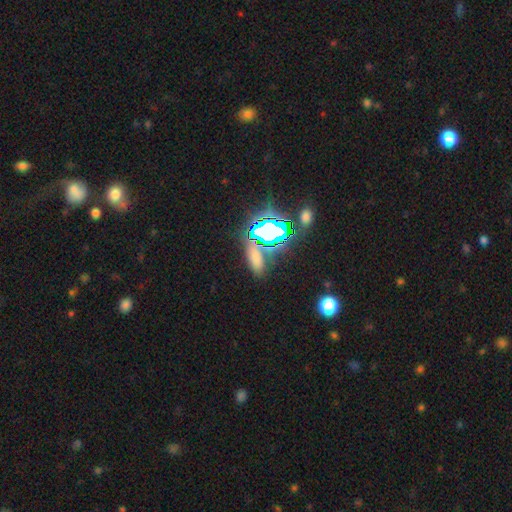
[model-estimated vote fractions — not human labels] This is possibly a smooth galaxy (48%). Merging: likely none (77%).